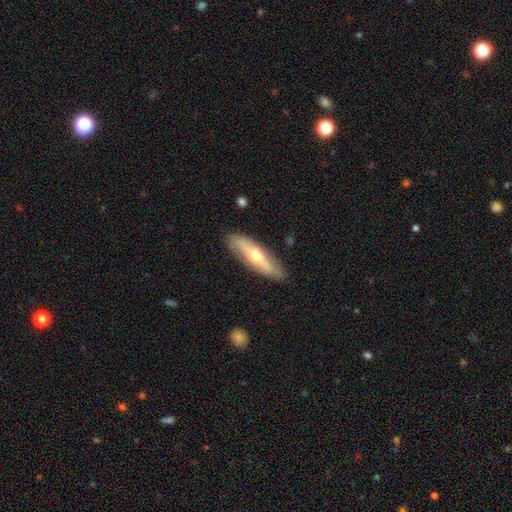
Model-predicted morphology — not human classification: A featured or disk galaxy (57%) viewed edge-on (63%). Merging: none (84%).